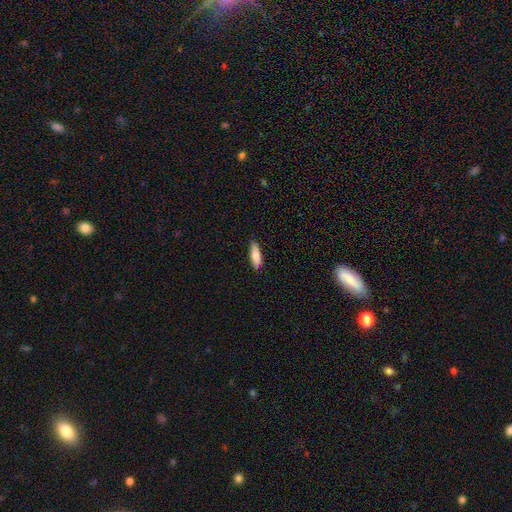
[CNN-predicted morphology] Smooth or featured: smooth — 84% (featured or disk — 10%)
How rounded: cigar-shaped — 53% (in between — 45%)
Merging: none — 86% (minor disturbance — 11%)